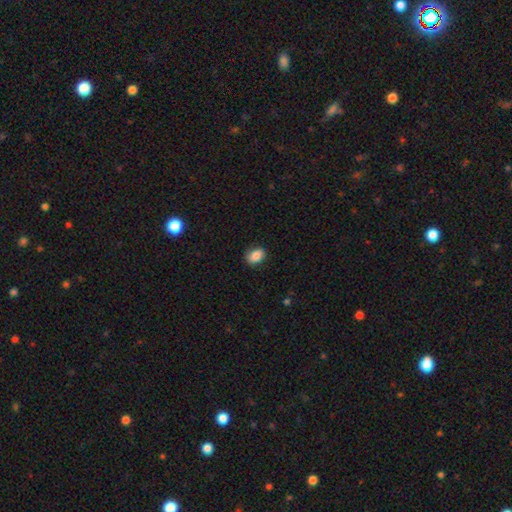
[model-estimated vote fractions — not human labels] Smooth or featured?
  - smooth: 86% *
  - star or artifact: 8%
  - featured or disk: 6%
How rounded?
  - in between: 75% *
  - round: 24%
  - cigar-shaped: 1%
Merging?
  - none: 81% *
  - minor disturbance: 15%
  - major disturbance: 3%
  - merger: 1%